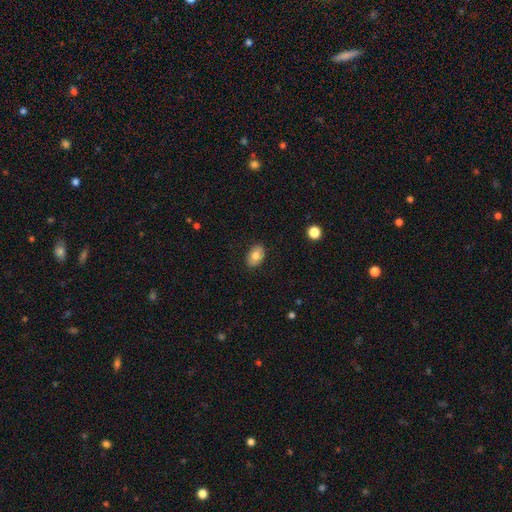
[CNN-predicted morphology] type=smooth (78%); roundness=in between (84%); merging=none (87%).